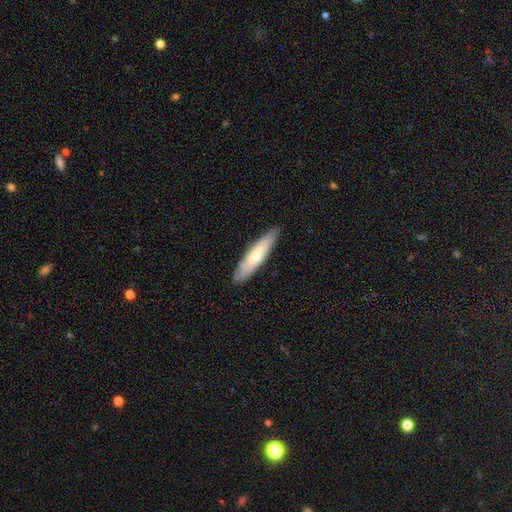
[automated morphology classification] A smooth galaxy with no disk features (67%) that is cigar-shaped (80%). Merging: none (89%).